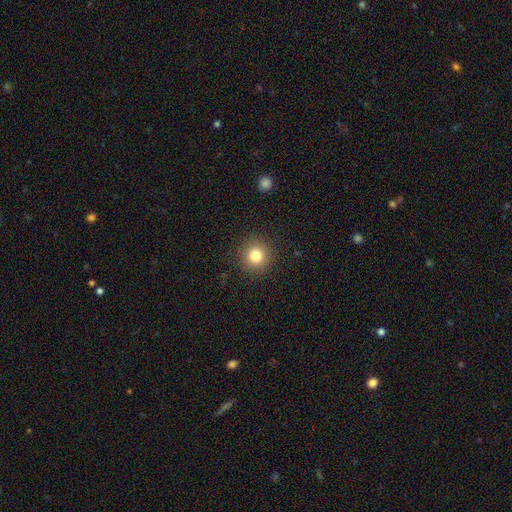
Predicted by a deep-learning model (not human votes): Smooth or featured?
  - smooth: 82% *
  - star or artifact: 12%
  - featured or disk: 7%
How rounded?
  - round: 94% *
  - in between: 5%
  - cigar-shaped: 1%
Merging?
  - none: 91% *
  - minor disturbance: 6%
  - major disturbance: 2%
  - merger: 1%